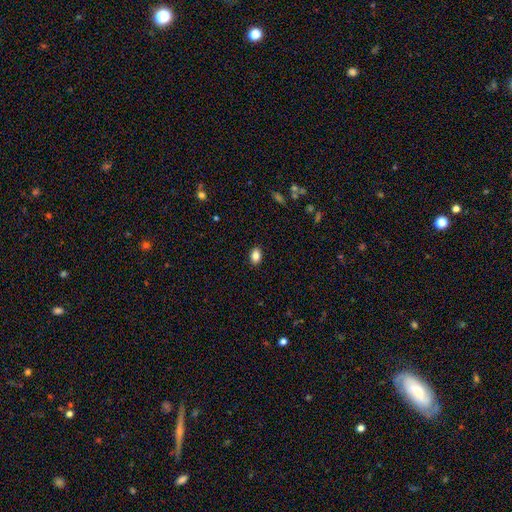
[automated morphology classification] smooth 86%, star or artifact 9%, featured or disk 5%. Down the decision tree: how rounded — in between (82%); merging — none (89%).